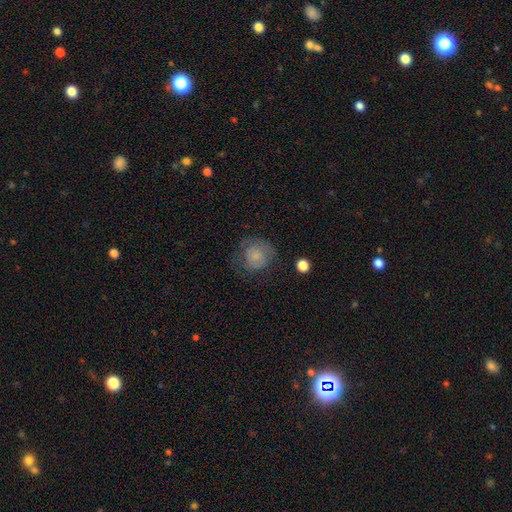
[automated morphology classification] smooth_or_featured: smooth (p=0.65) [alt: featured or disk p=0.26]
how_rounded: round (p=0.85) [alt: in between p=0.14]
merging: none (p=0.57) [alt: minor disturbance p=0.23]